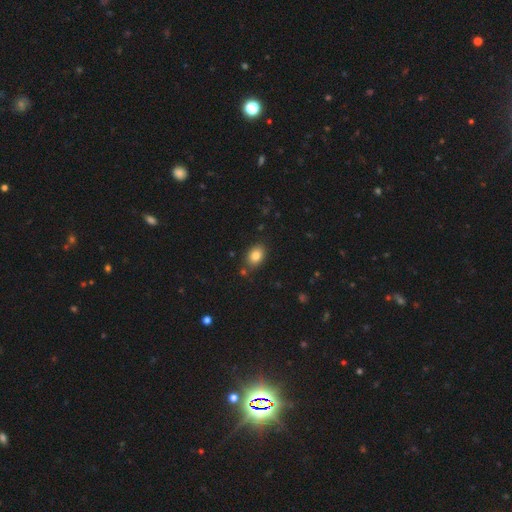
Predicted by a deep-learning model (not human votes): smooth-or-featured: smooth: 83% | star or artifact: 9% | featured or disk: 8%
  how-rounded: in between: 75% | round: 24% | cigar-shaped: 1%
  merging: none: 82% | minor disturbance: 12% | merger: 4% | major disturbance: 3%